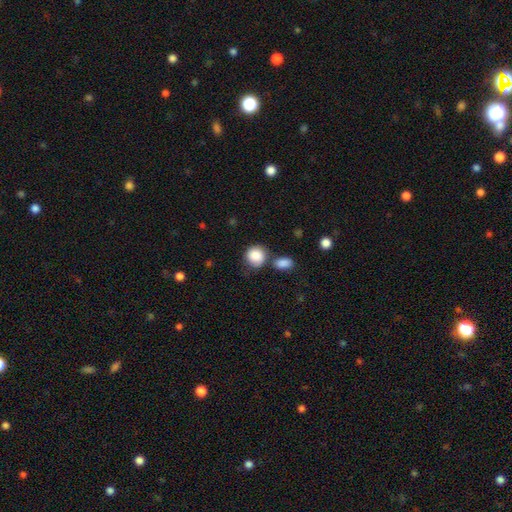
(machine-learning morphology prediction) Smooth or featured: smooth — 88% (star or artifact — 7%)
How rounded: round — 84% (in between — 14%)
Merging: none — 62% (merger — 18%)